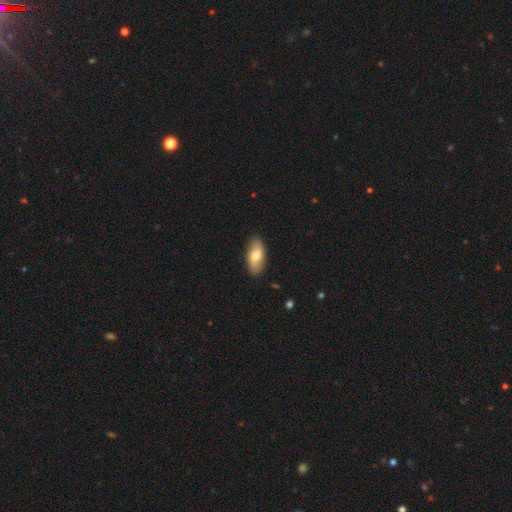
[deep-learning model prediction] smooth-or-featured: smooth: 72% | featured or disk: 22% | star or artifact: 6%
  how-rounded: in between: 90% | cigar-shaped: 7% | round: 3%
  merging: none: 88% | minor disturbance: 9% | major disturbance: 2% | merger: 1%